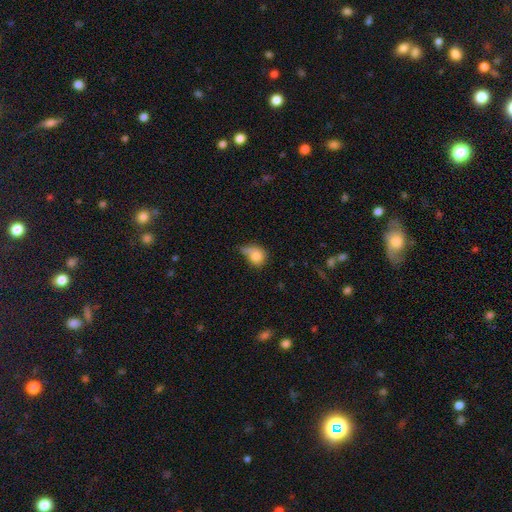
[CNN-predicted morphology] The model was most divided on "merging" (2-way tie): minor disturbance: 34%, none: 34%, major disturbance: 22%, merger: 11%. More confident: smooth or featured — smooth (77%); how rounded — round (62%).